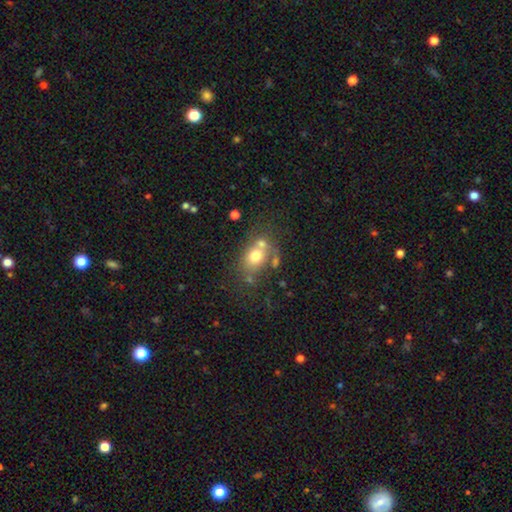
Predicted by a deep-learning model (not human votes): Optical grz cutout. It shows a smooth galaxy with no disk features (68%) that is round (51%). Merging: none (43%).